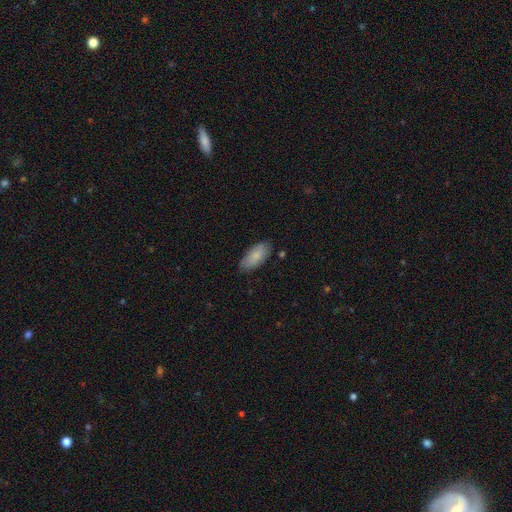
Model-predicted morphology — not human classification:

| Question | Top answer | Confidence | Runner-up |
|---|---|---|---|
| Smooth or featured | smooth | 81% | featured or disk (13%) |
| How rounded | in between | 89% | cigar-shaped (10%) |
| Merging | none | 75% | minor disturbance (20%) |